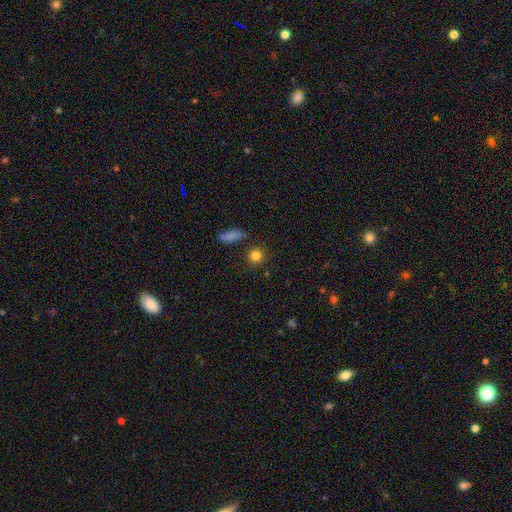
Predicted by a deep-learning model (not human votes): smooth-or-featured: smooth: 82% | star or artifact: 12% | featured or disk: 6%
  how-rounded: round: 90% | in between: 9% | cigar-shaped: 1%
  merging: none: 84% | minor disturbance: 9% | merger: 4% | major disturbance: 3%